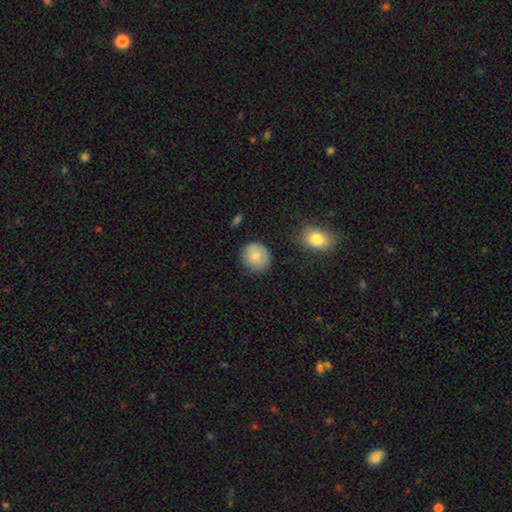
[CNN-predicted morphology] This appears to be a smooth galaxy with no disk features (83%) that is round (82%). Merging: none (82%).